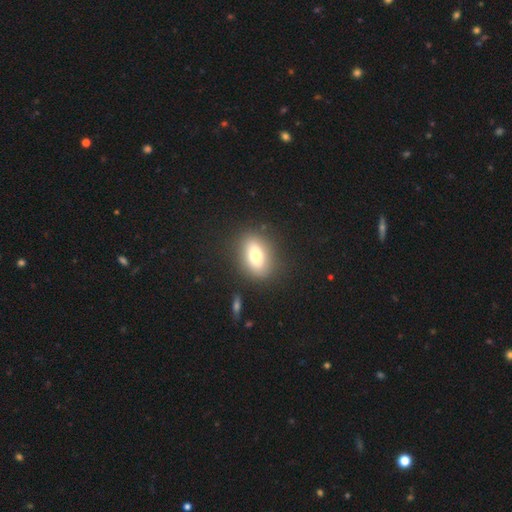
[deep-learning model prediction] Morphology: type=smooth (72%); roundness=in between (75%); merging=none (83%).